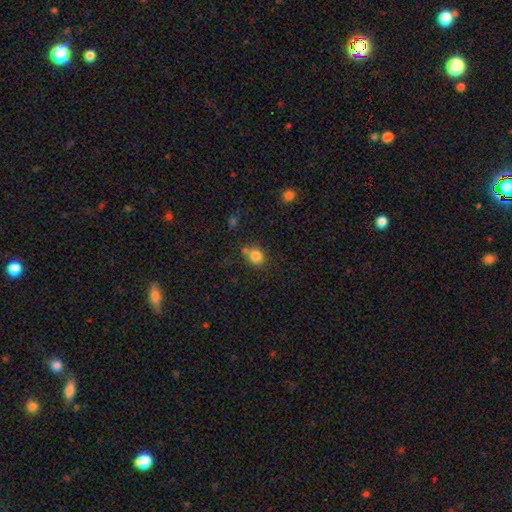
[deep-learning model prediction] This appears to be a smooth galaxy with no disk features (82%) that is round (74%). Merging: none (62%).